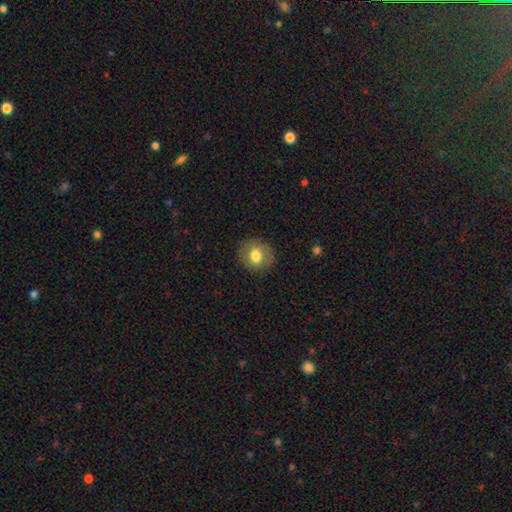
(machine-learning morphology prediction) smooth 75%, featured or disk 17%, star or artifact 8%. Down the decision tree: how rounded — round (75%); merging — none (87%).